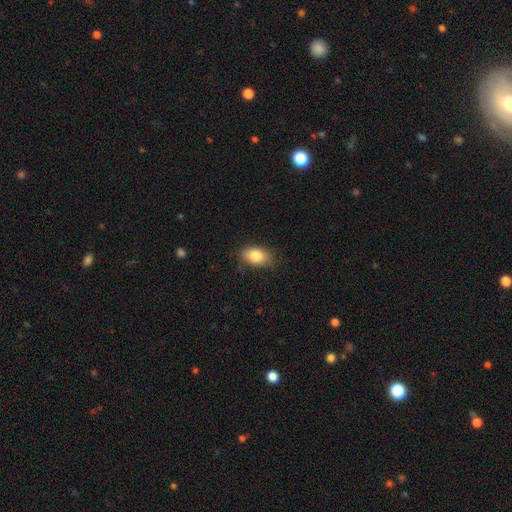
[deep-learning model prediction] Smooth or featured? smooth (83%)
How rounded? in between (89%)
Merging? none (80%)